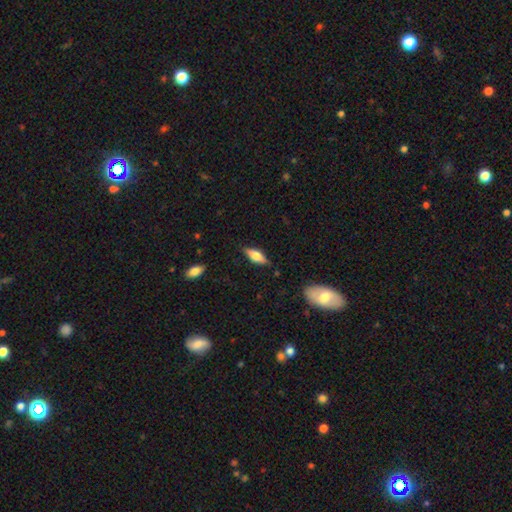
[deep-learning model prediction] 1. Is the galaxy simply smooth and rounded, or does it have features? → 51% featured or disk, 42% smooth, 7% star or artifact.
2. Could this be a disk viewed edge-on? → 93% yes, 7% no.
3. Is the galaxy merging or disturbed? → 83% none, 12% minor disturbance, 3% major disturbance, 2% merger.